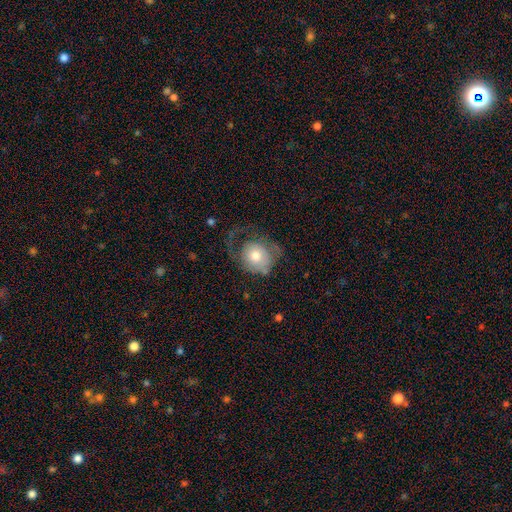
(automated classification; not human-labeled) smooth_or_featured: smooth (p=0.59) [alt: featured or disk p=0.34]
how_rounded: round (p=0.71) [alt: in between p=0.28]
merging: major disturbance (p=0.44) [alt: none p=0.32]